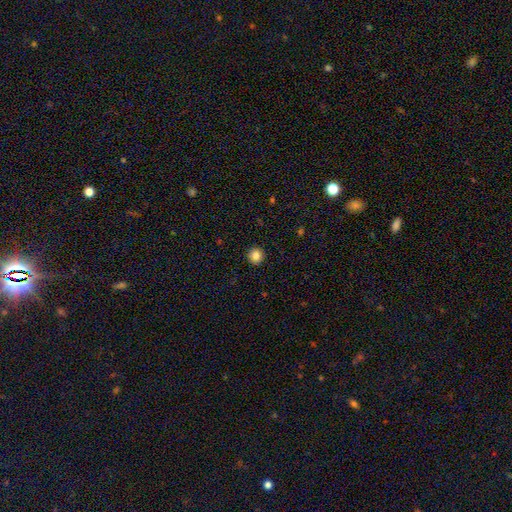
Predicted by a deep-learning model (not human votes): Smooth or featured: smooth — 85% (star or artifact — 10%)
How rounded: round — 95% (in between — 4%)
Merging: none — 93% (minor disturbance — 4%)